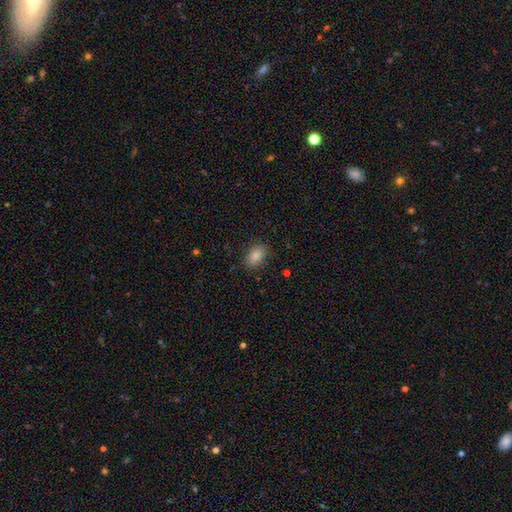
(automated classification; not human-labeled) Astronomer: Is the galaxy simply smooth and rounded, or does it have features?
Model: smooth — 85%.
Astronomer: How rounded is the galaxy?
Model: in between — 84%.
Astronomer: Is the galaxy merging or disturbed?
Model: none — 86%.